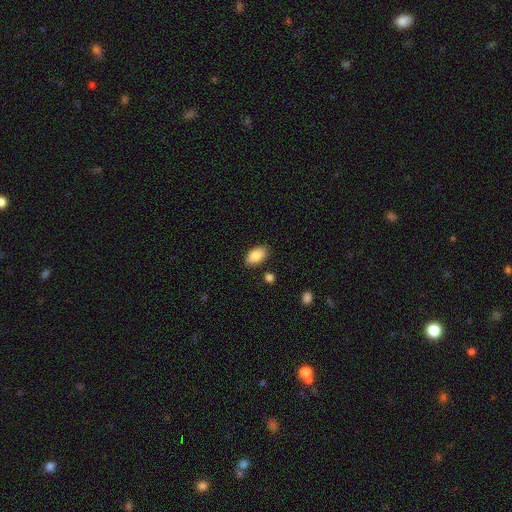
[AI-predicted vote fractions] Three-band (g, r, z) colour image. It shows a smooth galaxy with no disk features (87%) that is in between round and cigar-shaped (93%). Merging: none (86%).